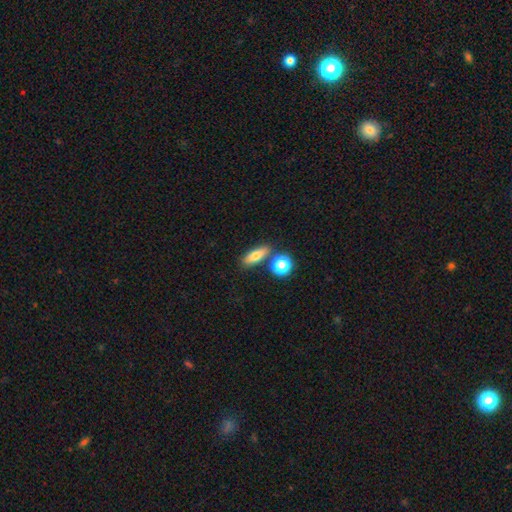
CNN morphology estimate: type=smooth (73%); roundness=in between (55%); merging=none (74%).